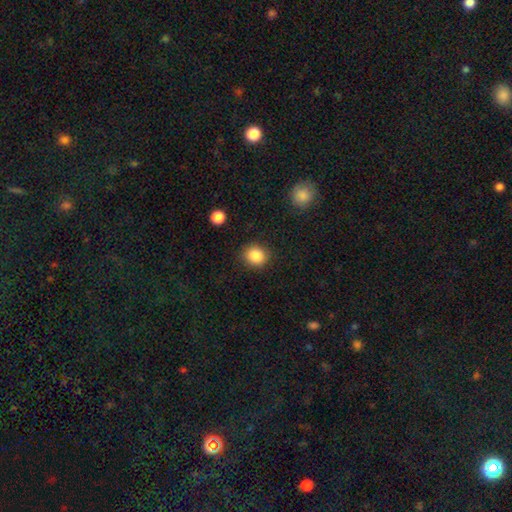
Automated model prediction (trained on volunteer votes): smooth-or-featured: smooth: 86% | star or artifact: 10% | featured or disk: 5%
  how-rounded: round: 79% | in between: 20% | cigar-shaped: 1%
  merging: none: 88% | minor disturbance: 8% | major disturbance: 2% | merger: 1%